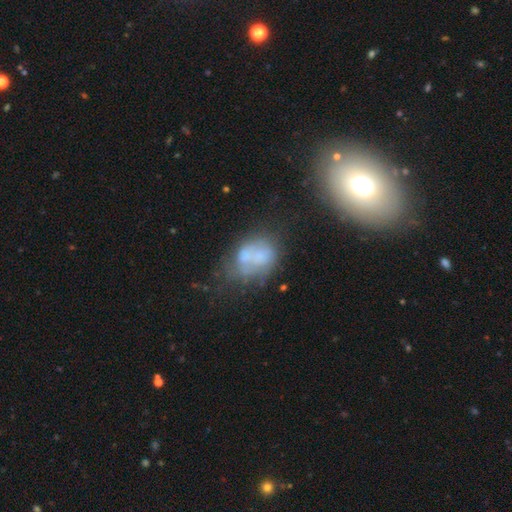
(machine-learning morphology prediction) Smooth or featured: featured or disk — 43% (smooth — 42%)
Merging: none — 31% (merger — 28%)